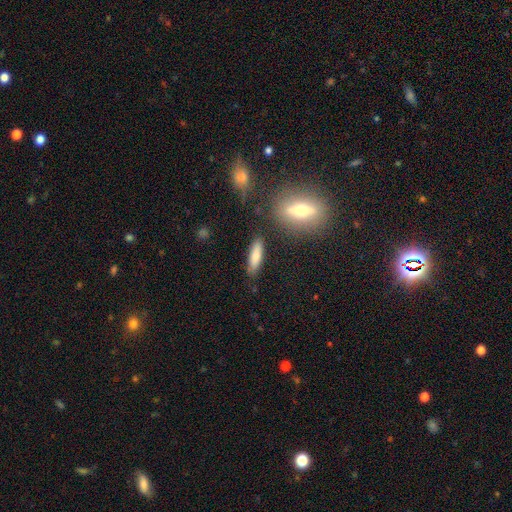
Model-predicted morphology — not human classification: The model was most divided on "how rounded": cigar-shaped: 67%, in between: 31%, round: 2%. More confident: merging — none (84%); smooth or featured — smooth (79%).